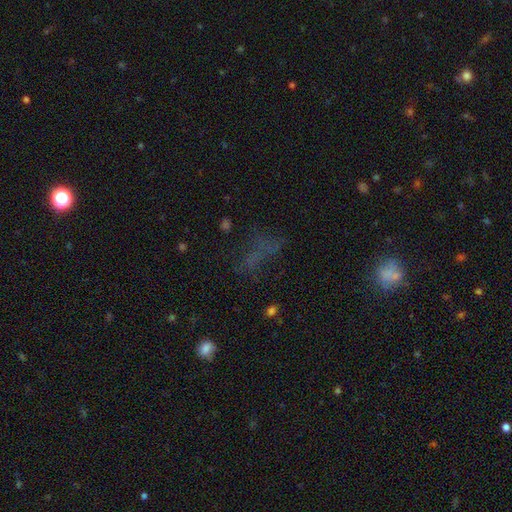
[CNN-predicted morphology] A star or artifact, not a galaxy (44%).